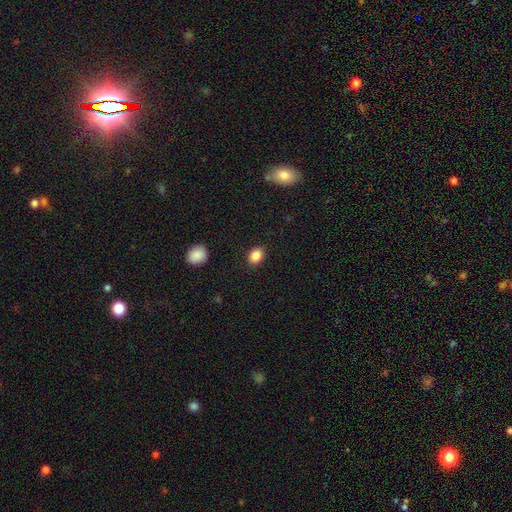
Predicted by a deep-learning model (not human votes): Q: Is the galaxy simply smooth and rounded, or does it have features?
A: smooth — 87%.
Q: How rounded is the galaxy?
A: in between — 67%.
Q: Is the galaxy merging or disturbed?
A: none — 88%.